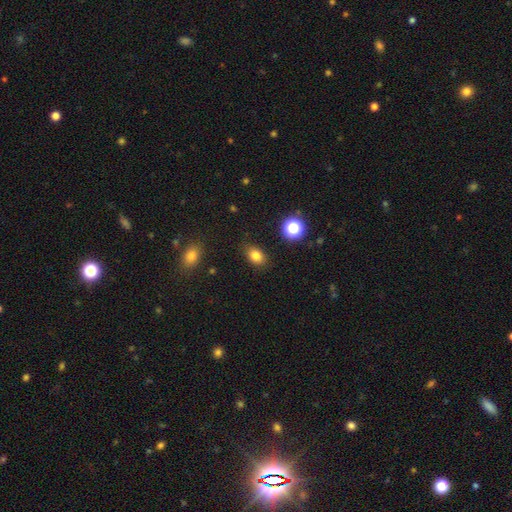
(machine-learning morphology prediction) Smooth or featured?
  - smooth: 81% *
  - star or artifact: 12%
  - featured or disk: 7%
How rounded?
  - in between: 75% *
  - round: 23%
  - cigar-shaped: 1%
Merging?
  - none: 83% *
  - minor disturbance: 12%
  - major disturbance: 3%
  - merger: 2%